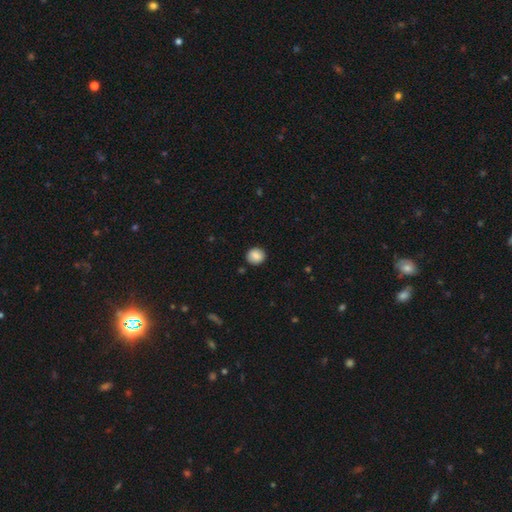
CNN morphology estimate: Smooth or featured? smooth (86%)
How rounded? round (85%)
Merging? none (89%)